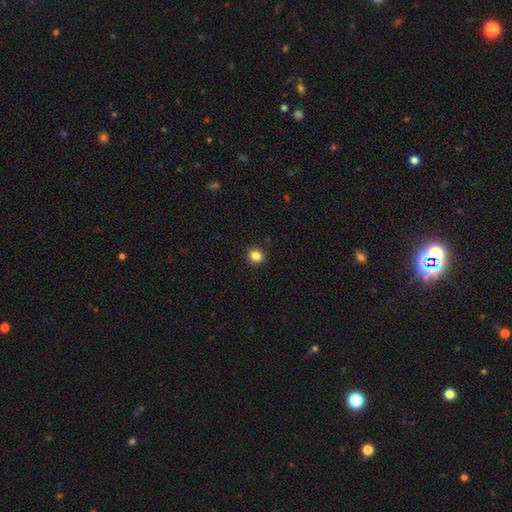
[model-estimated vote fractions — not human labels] smooth-or-featured: smooth: 85% | star or artifact: 11% | featured or disk: 4%
  how-rounded: round: 77% | in between: 23% | cigar-shaped: 1%
  merging: none: 92% | minor disturbance: 6% | major disturbance: 2% | merger: 1%